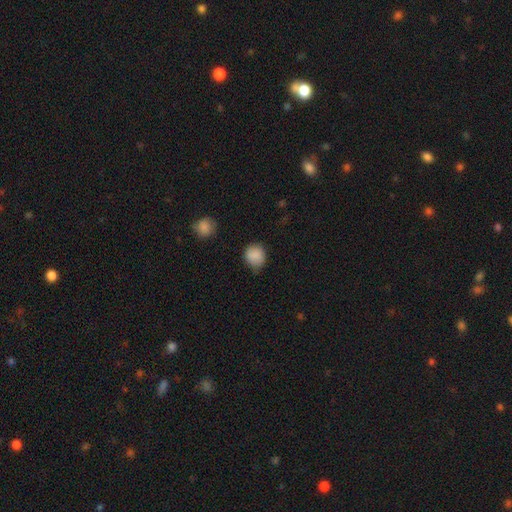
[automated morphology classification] Smooth or featured? smooth (87%)
How rounded? round (81%)
Merging? none (71%)